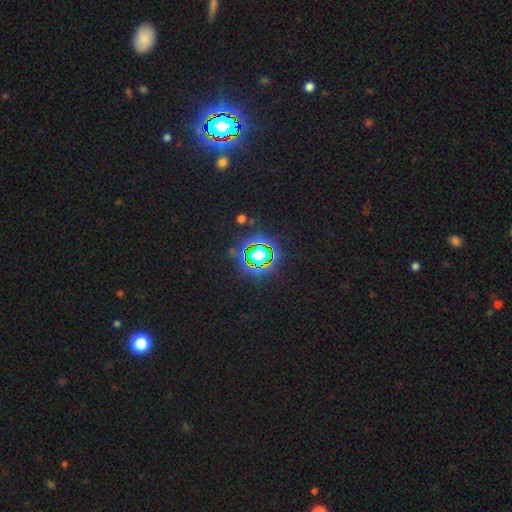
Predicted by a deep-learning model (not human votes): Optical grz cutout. It shows a star or artifact, not a galaxy (82%).